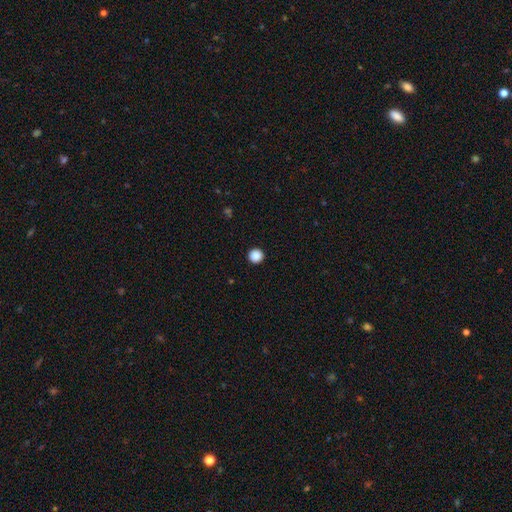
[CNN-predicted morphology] A smooth galaxy with no disk features (89%) that is round (95%). Merging: none (94%).